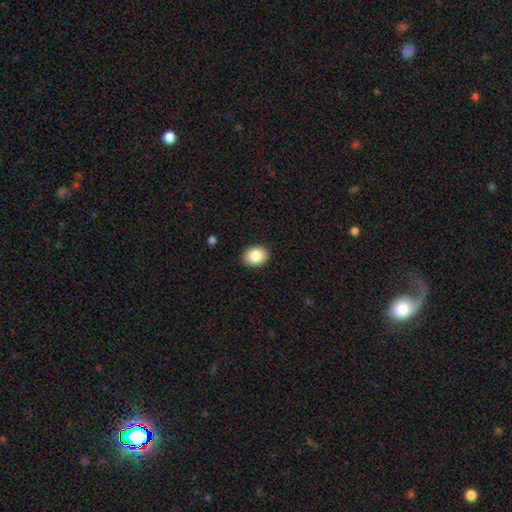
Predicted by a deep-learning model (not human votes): Smooth or featured?
  - smooth: 86% *
  - star or artifact: 8%
  - featured or disk: 6%
How rounded?
  - in between: 61% *
  - round: 39%
  - cigar-shaped: 1%
Merging?
  - none: 90% *
  - minor disturbance: 8%
  - major disturbance: 2%
  - merger: 1%